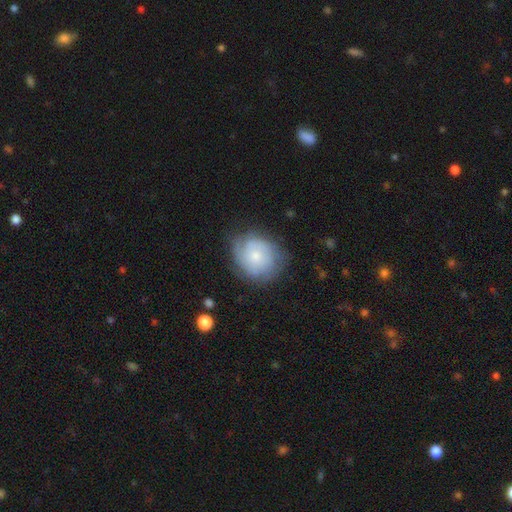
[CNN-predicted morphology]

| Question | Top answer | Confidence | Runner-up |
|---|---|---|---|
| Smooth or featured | smooth | 50% | featured or disk (42%) |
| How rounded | round | 70% | in between (29%) |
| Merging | none | 66% | minor disturbance (24%) |